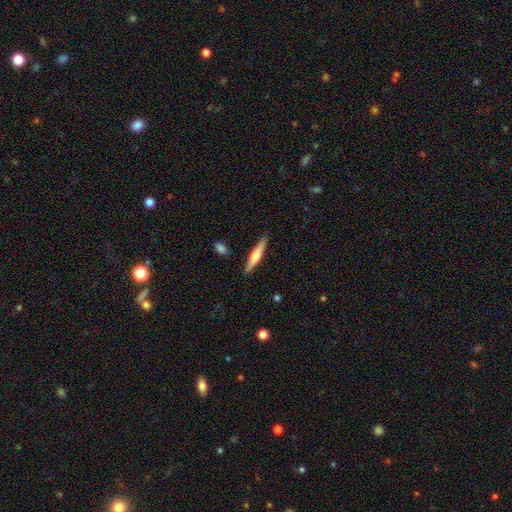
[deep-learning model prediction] smooth_or_featured: featured or disk (p=0.52) [alt: smooth p=0.43]
disk_edge_on: yes (p=0.96) [alt: no p=0.04]
merging: none (p=0.88) [alt: minor disturbance p=0.08]